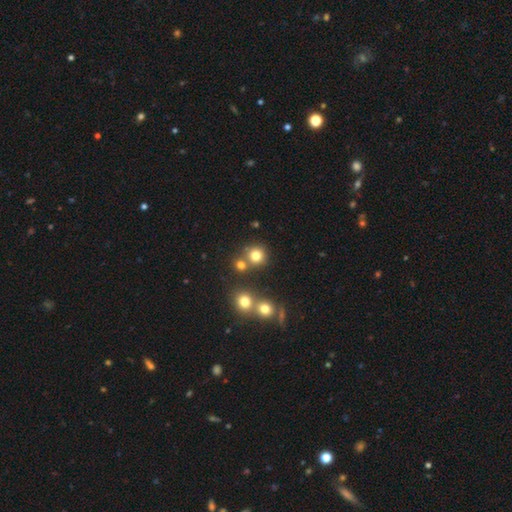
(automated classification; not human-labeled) A smooth galaxy with no disk features (76%) that is round (91%). Merging: none (69%).